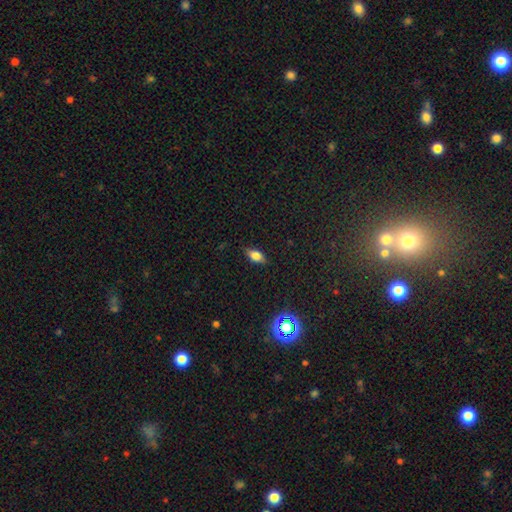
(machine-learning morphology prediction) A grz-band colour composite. It shows a smooth galaxy with no disk features (69%) that is in between round and cigar-shaped (83%). Merging: none (84%).